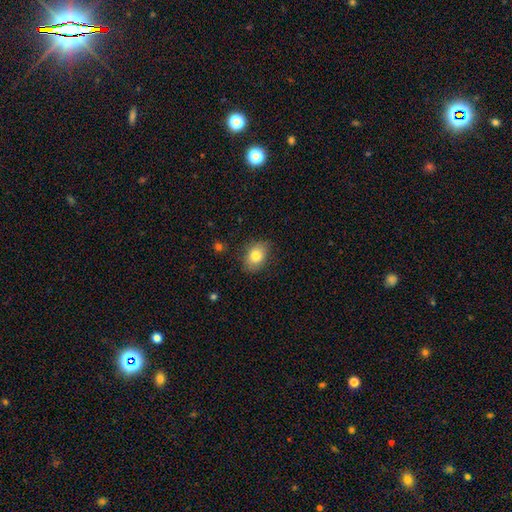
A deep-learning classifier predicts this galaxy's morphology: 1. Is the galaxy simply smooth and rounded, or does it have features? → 82% smooth, 10% featured or disk, 9% star or artifact.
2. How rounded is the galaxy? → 71% in between, 27% round, 1% cigar-shaped.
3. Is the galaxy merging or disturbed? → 82% none, 14% minor disturbance, 3% major disturbance, 1% merger.